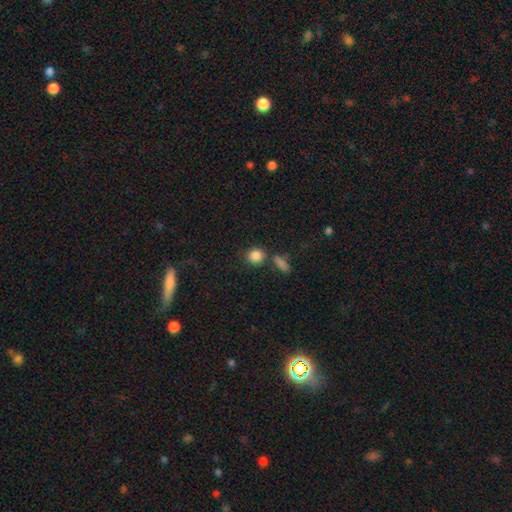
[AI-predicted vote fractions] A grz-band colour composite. It shows a smooth galaxy with no disk features (85%) that is round (81%). Merging: none (67%).